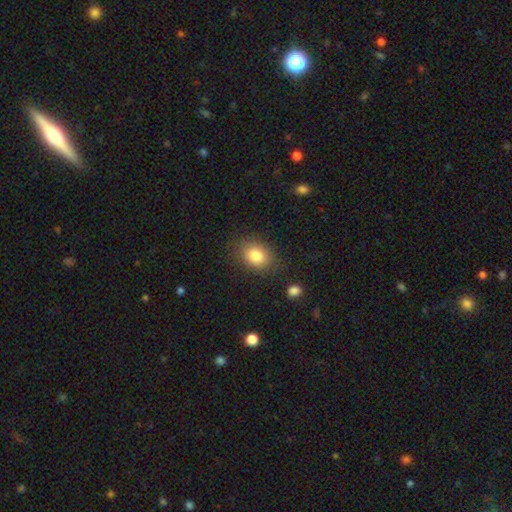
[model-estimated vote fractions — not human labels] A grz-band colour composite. It shows a smooth galaxy with no disk features (83%) that is in between round and cigar-shaped (62%). Merging: none (82%).